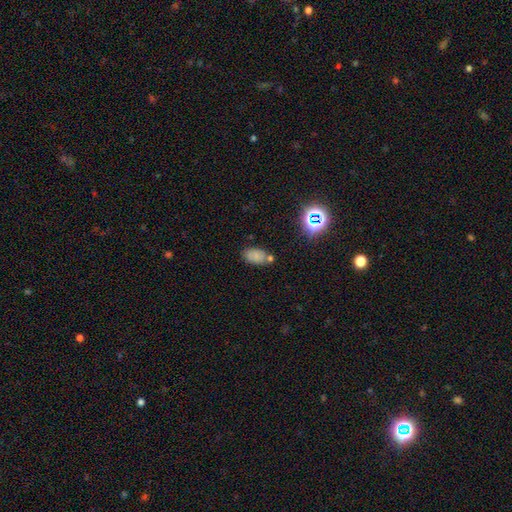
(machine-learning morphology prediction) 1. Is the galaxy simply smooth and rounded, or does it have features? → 72% smooth, 17% star or artifact, 12% featured or disk.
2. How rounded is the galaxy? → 91% in between, 8% round, 2% cigar-shaped.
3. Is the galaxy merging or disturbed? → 65% none, 17% minor disturbance, 13% merger, 5% major disturbance.